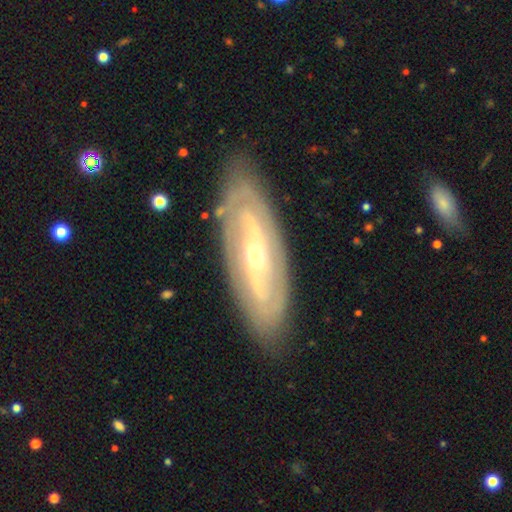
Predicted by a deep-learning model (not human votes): Smooth or featured: featured or disk — 83% (smooth — 11%)
Edge-on disk: no — 87% (yes — 13%)
Bar: no — 42% (weak — 32%)
Spiral arms: yes — 87% (no — 13%)
Spiral winding: tight — 58% (medium — 30%)
Spiral arm count: 2 — 53% (can't tell — 29%)
Bulge size: small — 62% (moderate — 35%)
Merging: none — 85% (minor disturbance — 11%)